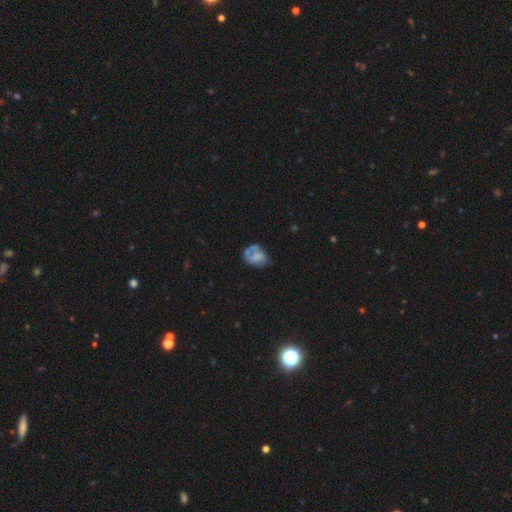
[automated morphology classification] type=featured or disk (56%); edge-on=no (98%); bar=no (63%); spiral arms=yes (66%); bulge=none (50%); merging=none (42%).